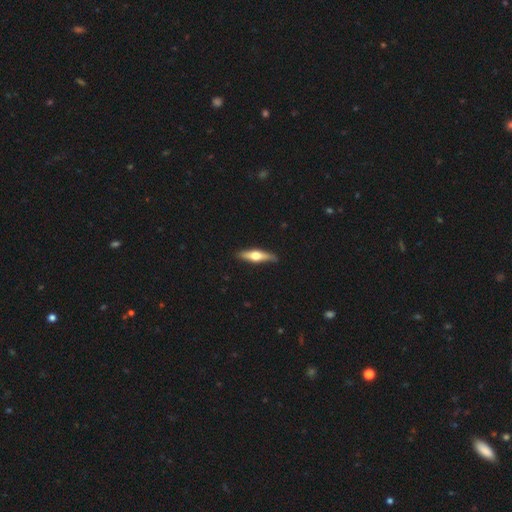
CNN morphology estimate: Overall: featured or disk (58%; smooth 37%). Edge-on disk: yes (94%). Edge-on bulge: rounded (95%). Merging: none (87%).